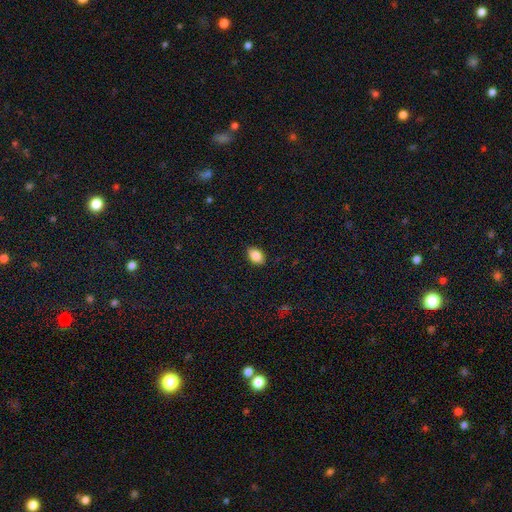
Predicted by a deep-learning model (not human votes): Overall: smooth (87%). How rounded: in between (85%). Merging: none (89%).